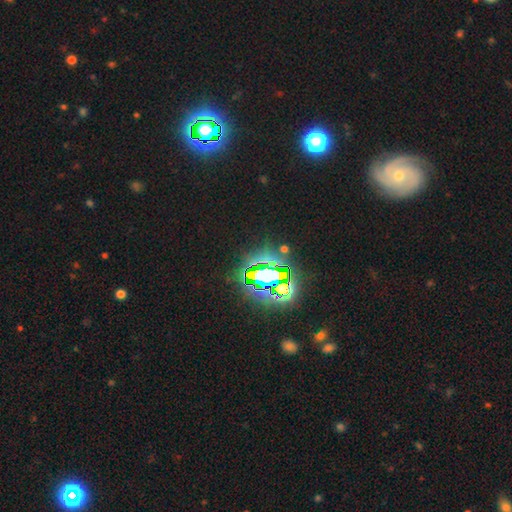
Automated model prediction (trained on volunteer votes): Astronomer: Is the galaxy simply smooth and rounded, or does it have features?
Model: star or artifact — 79%.